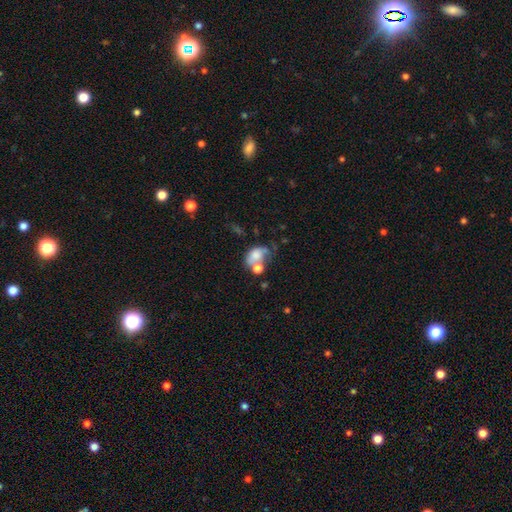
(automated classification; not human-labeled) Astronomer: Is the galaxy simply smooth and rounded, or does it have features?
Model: smooth — 64%.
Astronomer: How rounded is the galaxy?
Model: in between — 72%.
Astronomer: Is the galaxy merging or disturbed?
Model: merger — 39% (runner-up: major disturbance, 22%).